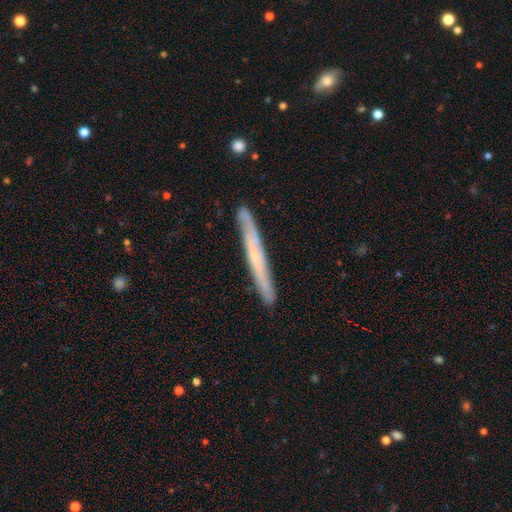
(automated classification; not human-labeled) smooth_or_featured: featured or disk (p=0.56) [alt: smooth p=0.37]
disk_edge_on: yes (p=0.90) [alt: no p=0.10]
edge_on_bulge: none (p=0.67) [alt: rounded p=0.29]
merging: none (p=0.88) [alt: minor disturbance p=0.09]